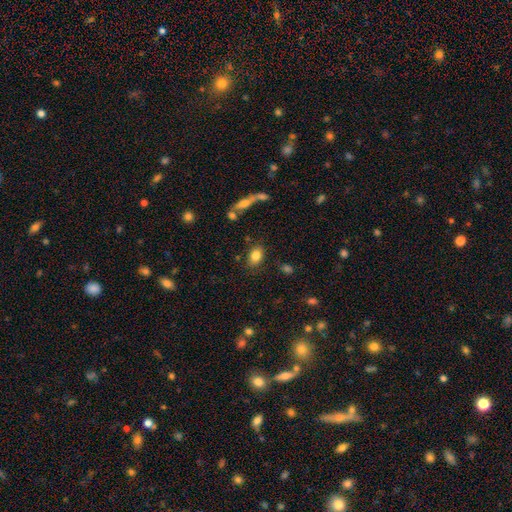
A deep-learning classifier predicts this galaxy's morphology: smooth_or_featured: smooth (p=0.83) [alt: star or artifact p=0.09]
how_rounded: in between (p=0.79) [alt: round p=0.19]
merging: none (p=0.81) [alt: minor disturbance p=0.11]